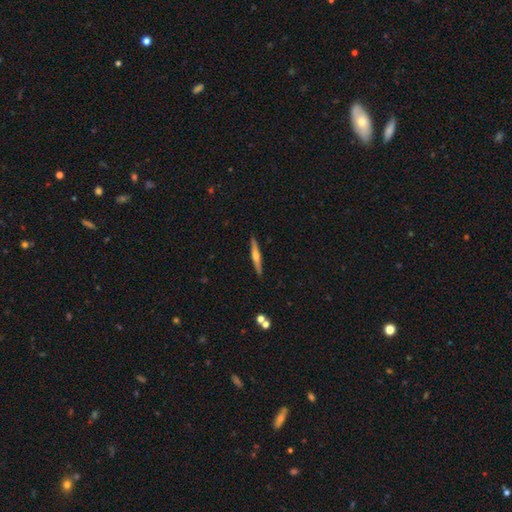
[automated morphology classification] Q: Smooth or featured?
A: featured or disk (64%); runner-up: smooth (30%)
Q: Edge-on disk?
A: yes (97%); runner-up: no (3%)
Q: Edge-on bulge?
A: rounded (87%); runner-up: none (7%)
Q: Merging?
A: none (91%); runner-up: minor disturbance (6%)